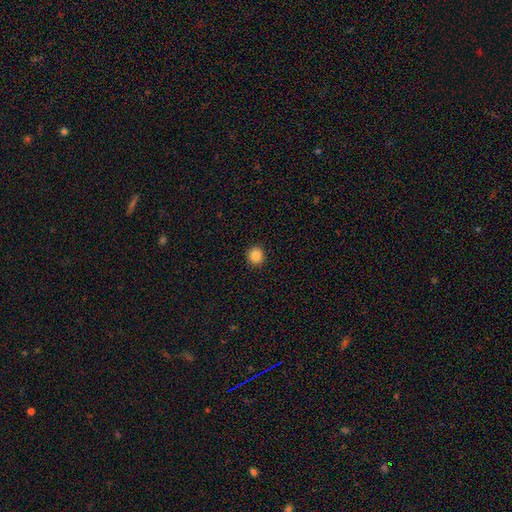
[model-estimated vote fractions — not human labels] Smooth or featured? smooth (86%)
How rounded? round (91%)
Merging? none (92%)